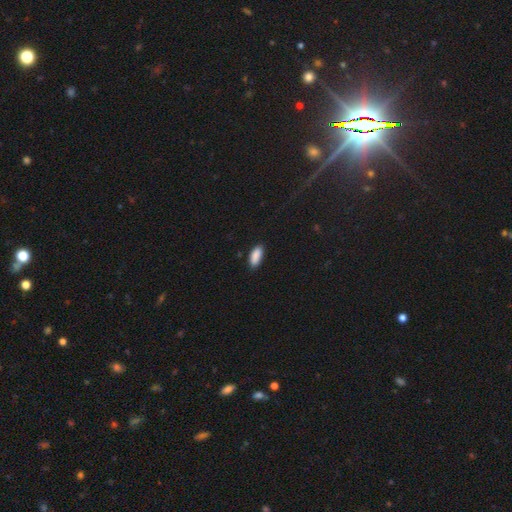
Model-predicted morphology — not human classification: Smooth or featured? Predicted: smooth (p=0.90). How rounded? Predicted: in between (p=0.84). Merging? Predicted: none (p=0.82).